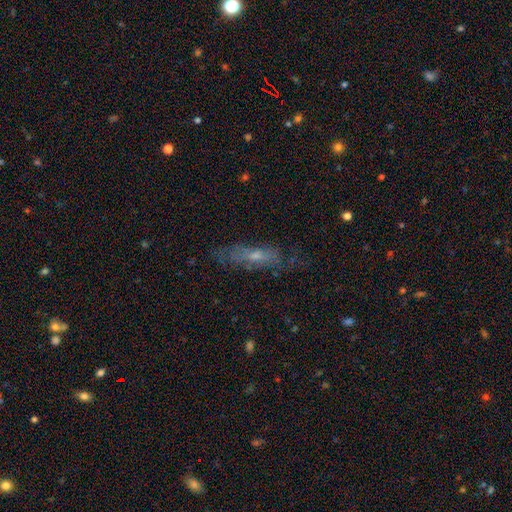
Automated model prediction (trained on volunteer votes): Q: Smooth or featured?
A: featured or disk (52%); runner-up: smooth (37%)
Q: Edge-on disk?
A: no (53%); runner-up: yes (47%)
Q: Merging?
A: none (70%); runner-up: minor disturbance (20%)